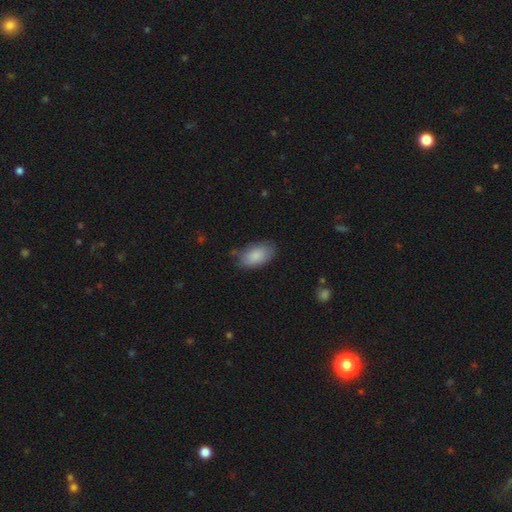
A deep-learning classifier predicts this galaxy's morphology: A smooth galaxy with no disk features (86%) that is in between round and cigar-shaped (94%). Merging: none (73%).